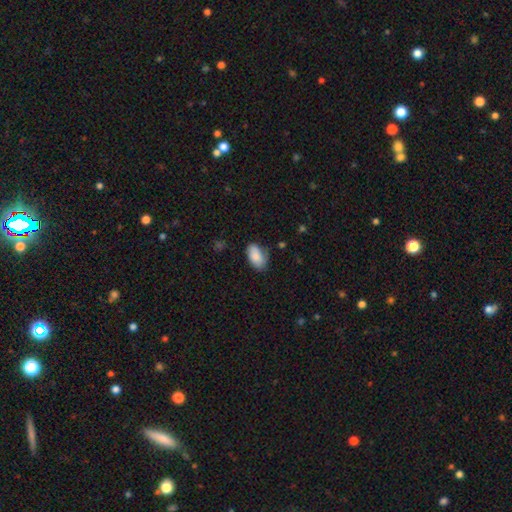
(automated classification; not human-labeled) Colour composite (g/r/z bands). It shows a smooth galaxy with no disk features (85%) that is in between round and cigar-shaped (93%). Merging: none (62%).